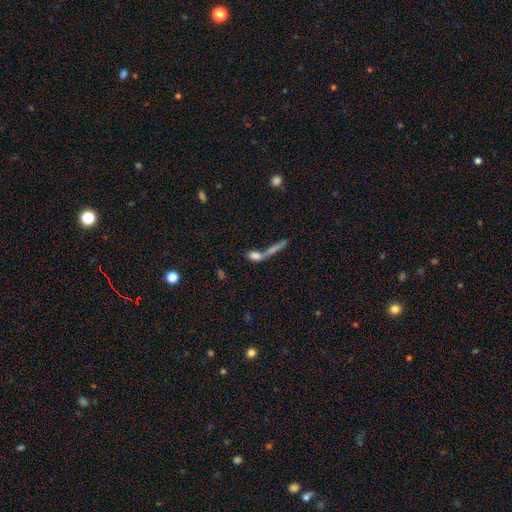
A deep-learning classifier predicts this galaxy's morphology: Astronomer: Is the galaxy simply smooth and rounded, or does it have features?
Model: smooth — 65%.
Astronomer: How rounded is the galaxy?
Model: in between — 46% (runner-up: cigar-shaped, 43%).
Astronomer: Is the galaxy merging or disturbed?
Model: merger — 56%.